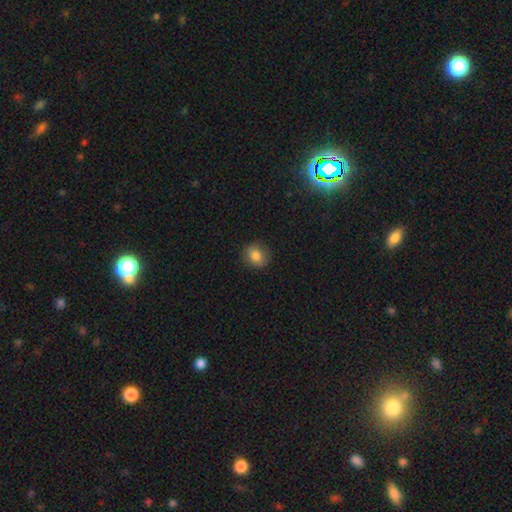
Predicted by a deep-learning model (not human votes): A smooth galaxy with no disk features (83%) that is round (81%).

Vote fractions:
- Smooth or featured? smooth: 83% / star or artifact: 10% / featured or disk: 7%
- How rounded? round: 81% / in between: 18% / cigar-shaped: 1%
- Merging? none: 87% / minor disturbance: 9% / major disturbance: 2% / merger: 1%